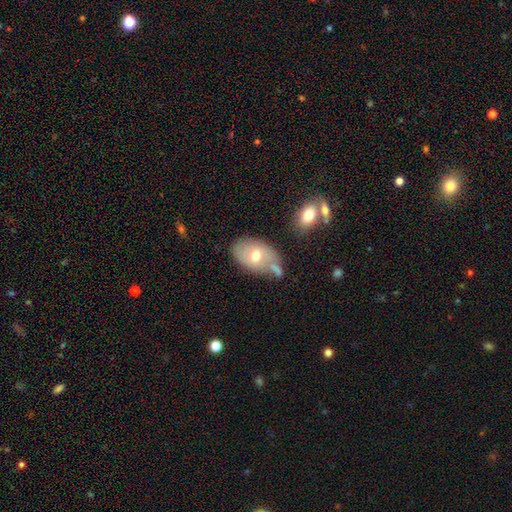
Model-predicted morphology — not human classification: A smooth galaxy with no disk features (58%) that is in between round and cigar-shaped (88%). Merging: none (47%).